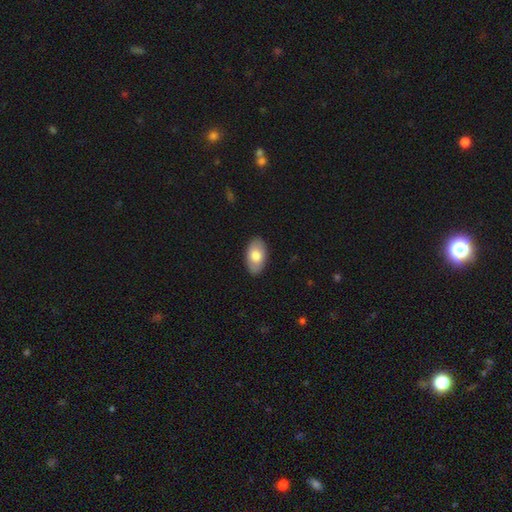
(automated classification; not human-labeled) smooth-or-featured: smooth: 74% | featured or disk: 20% | star or artifact: 6%
  how-rounded: in between: 94% | round: 4% | cigar-shaped: 1%
  merging: none: 88% | minor disturbance: 9% | major disturbance: 2% | merger: 1%